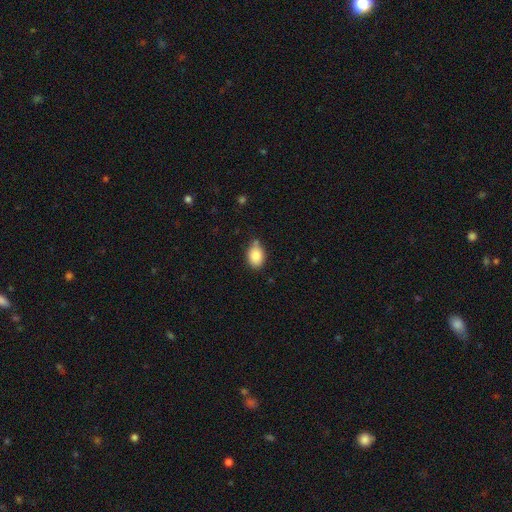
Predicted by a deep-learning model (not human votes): Smooth or featured? Predicted: smooth (p=0.84). How rounded? Predicted: in between (p=0.75). Merging? Predicted: none (p=0.73).